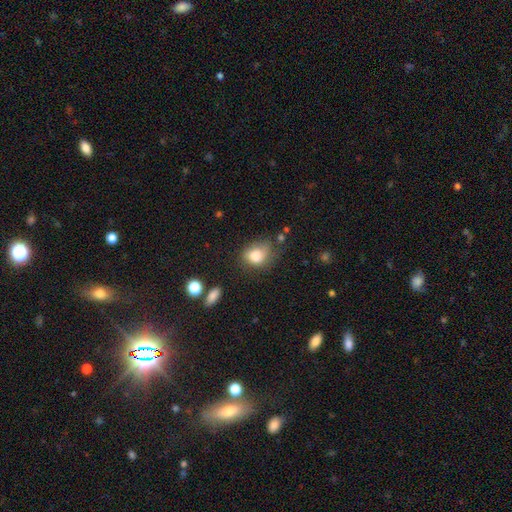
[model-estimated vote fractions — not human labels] Smooth or featured: smooth — 80% (featured or disk — 11%)
How rounded: in between — 53% (round — 46%)
Merging: none — 48% (minor disturbance — 32%)